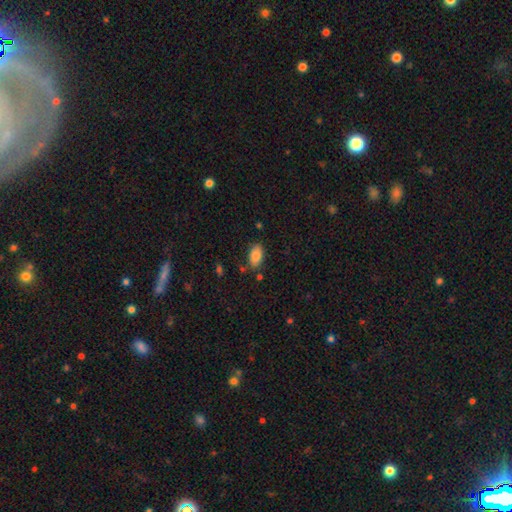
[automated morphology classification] Smooth or featured?
  - smooth: 85% *
  - star or artifact: 8%
  - featured or disk: 7%
How rounded?
  - in between: 93% *
  - round: 4%
  - cigar-shaped: 3%
Merging?
  - none: 79% *
  - minor disturbance: 14%
  - merger: 4%
  - major disturbance: 3%